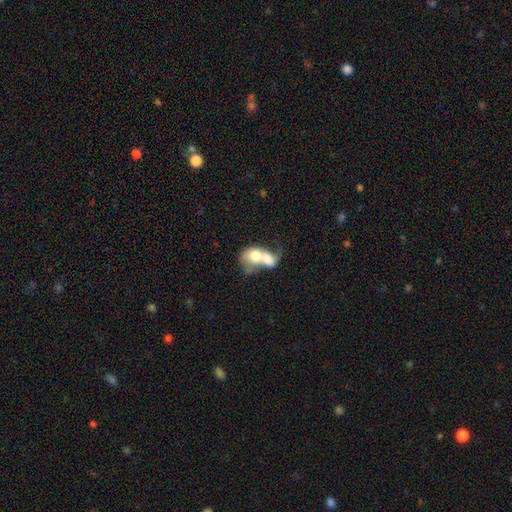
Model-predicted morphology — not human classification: Smooth or featured? smooth (64%)
How rounded? in between (60%)
Merging? merger (84%)